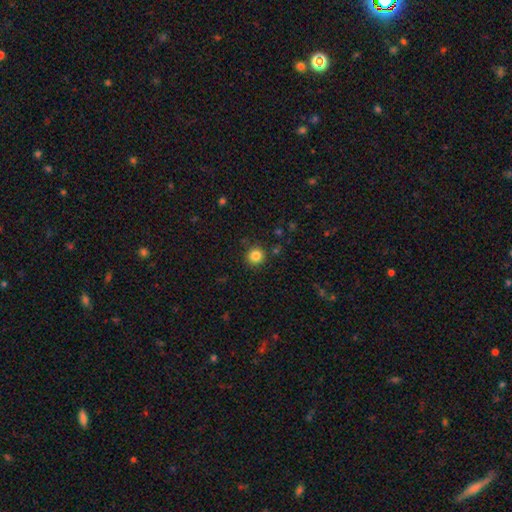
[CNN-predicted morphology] Overall: smooth (84%). How rounded: round (93%). Merging: none (90%).